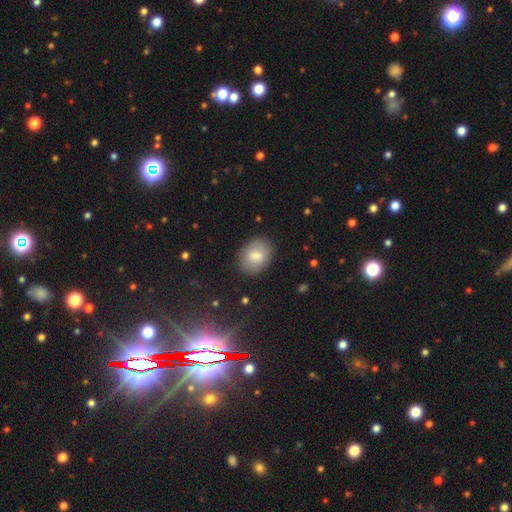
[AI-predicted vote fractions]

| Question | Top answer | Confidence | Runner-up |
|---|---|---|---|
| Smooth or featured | smooth | 80% | featured or disk (12%) |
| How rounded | in between | 73% | round (26%) |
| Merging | none | 83% | minor disturbance (12%) |